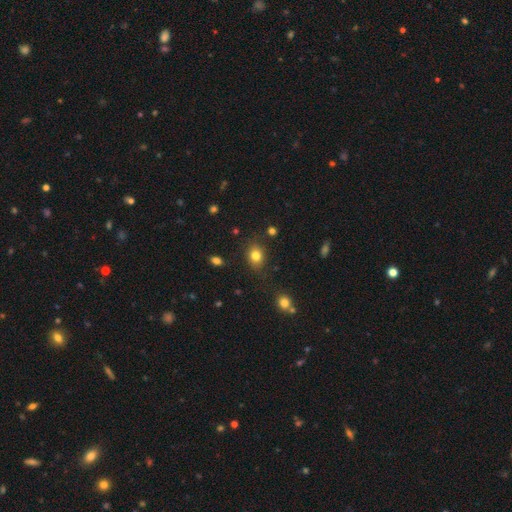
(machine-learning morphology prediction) This is clearly a smooth galaxy (80%). How rounded: possibly in between (50%). Merging: clearly none (82%).